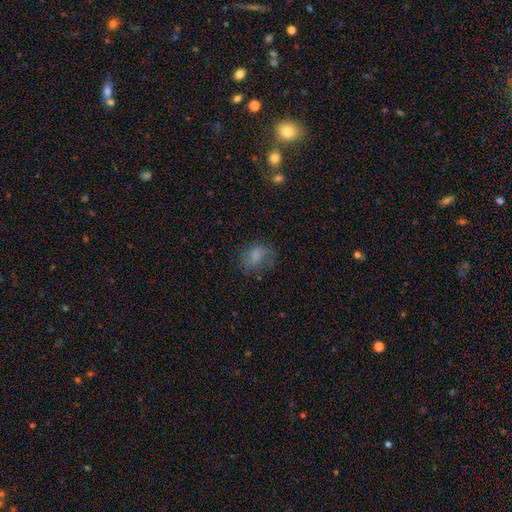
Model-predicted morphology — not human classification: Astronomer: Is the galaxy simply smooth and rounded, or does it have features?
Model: smooth — 68%.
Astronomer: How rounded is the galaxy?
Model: in between — 55% (runner-up: round, 43%).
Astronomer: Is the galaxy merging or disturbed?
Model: none — 58%.